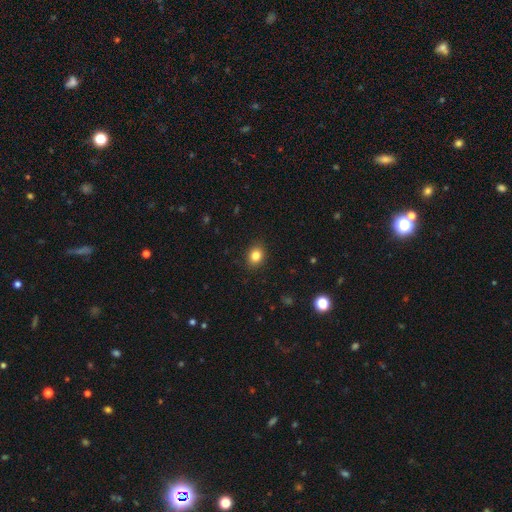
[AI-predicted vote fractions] Smooth or featured?
  - smooth: 83% *
  - star or artifact: 11%
  - featured or disk: 6%
How rounded?
  - round: 53% *
  - in between: 46%
  - cigar-shaped: 1%
Merging?
  - none: 90% *
  - minor disturbance: 7%
  - major disturbance: 2%
  - merger: 1%